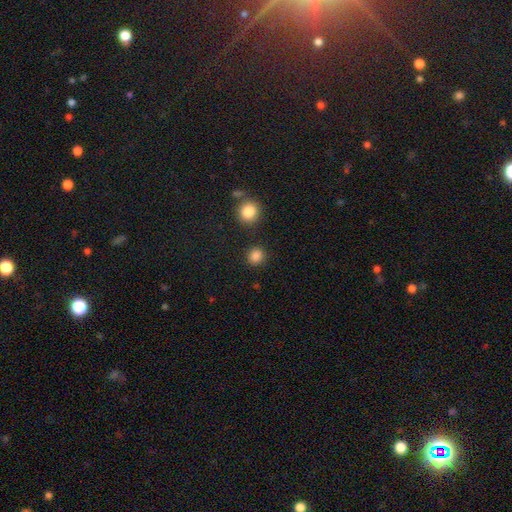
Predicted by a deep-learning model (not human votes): Smooth or featured? smooth (86%)
How rounded? round (87%)
Merging? none (87%)